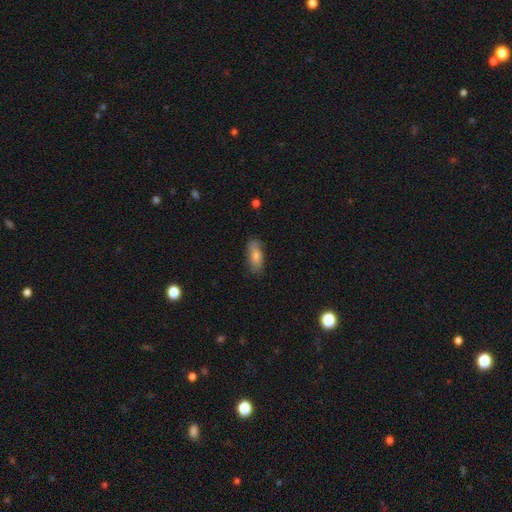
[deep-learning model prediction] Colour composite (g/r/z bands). It shows a smooth galaxy with no disk features (76%) that is in between round and cigar-shaped (79%). Merging: none (71%).